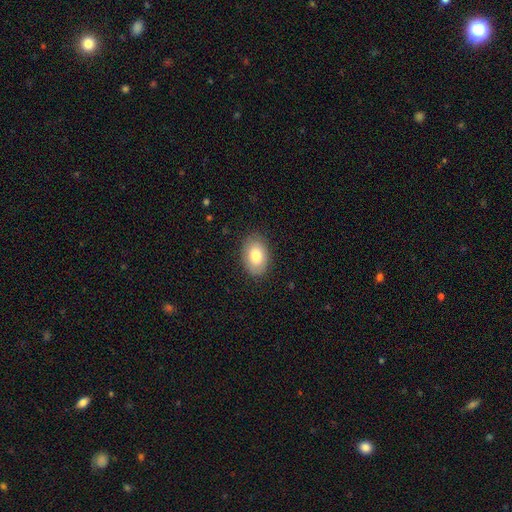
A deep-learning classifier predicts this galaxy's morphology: Smooth or featured? smooth (79%)
How rounded? in between (86%)
Merging? none (85%)